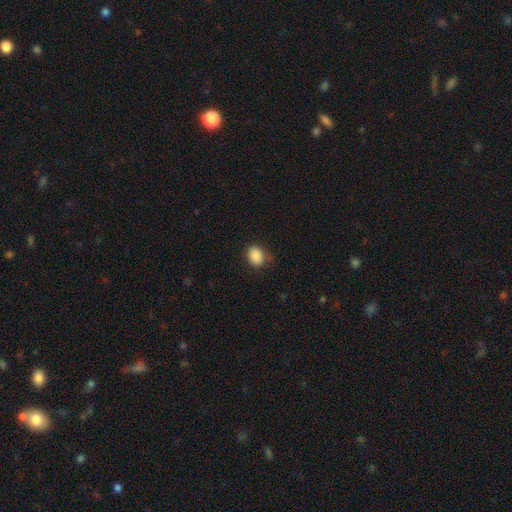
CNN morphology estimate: smooth-or-featured: smooth: 87% | star or artifact: 9% | featured or disk: 5%
  how-rounded: in between: 52% | round: 47% | cigar-shaped: 1%
  merging: none: 77% | minor disturbance: 18% | major disturbance: 4% | merger: 1%